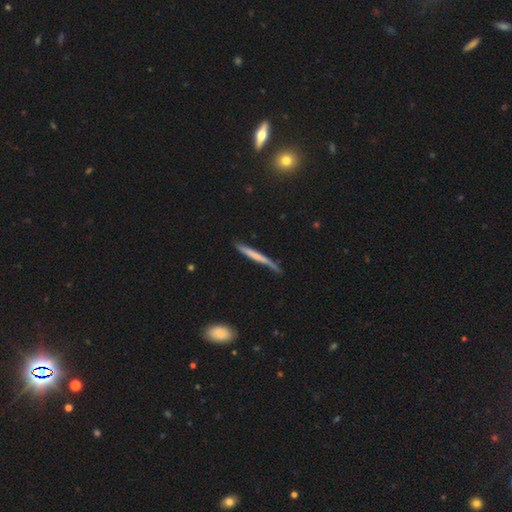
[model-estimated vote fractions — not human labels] Q: Smooth or featured?
A: smooth (51%); runner-up: featured or disk (43%)
Q: How rounded?
A: cigar-shaped (96%); runner-up: in between (3%)
Q: Merging?
A: none (70%); runner-up: minor disturbance (22%)